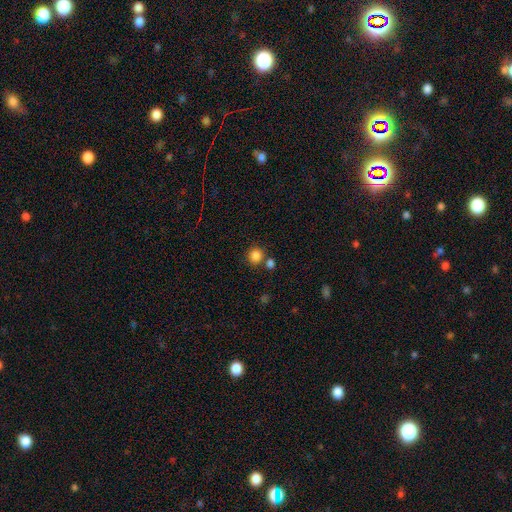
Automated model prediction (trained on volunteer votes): This appears to be a smooth galaxy with no disk features (85%) that is round (89%). Merging: none (73%).